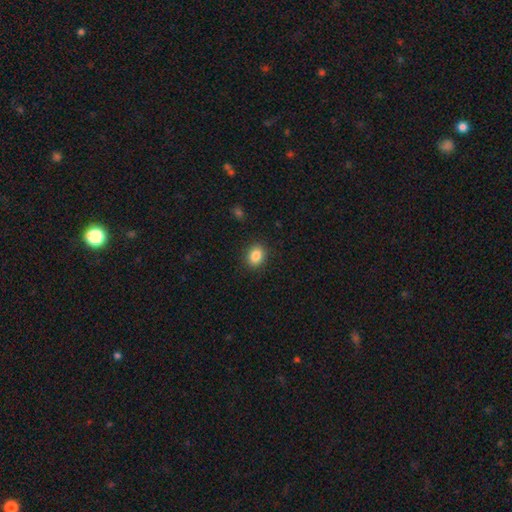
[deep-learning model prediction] This is clearly a smooth galaxy (86%). How rounded: possibly in between (55%). Merging: clearly none (89%).